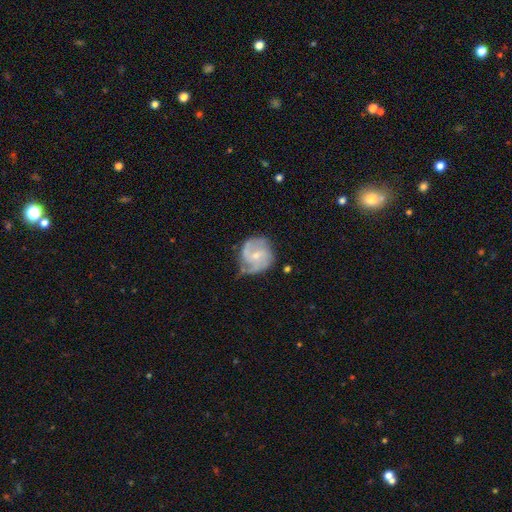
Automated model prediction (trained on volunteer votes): Smooth or featured?
  - featured or disk: 81% *
  - smooth: 14%
  - star or artifact: 5%
Edge-on disk?
  - no: 98% *
  - yes: 2%
Bar?
  - weak: 49% *
  - no: 41%
  - strong: 10%
Spiral arms?
  - yes: 94% *
  - no: 6%
Spiral winding?
  - medium: 50% *
  - tight: 31%
  - loose: 19%
Spiral arm count?
  - 2: 63% *
  - 3: 15%
  - can't tell: 12%
  - 1: 4%
  - 4: 3%
  - more than 4: 3%
Bulge size?
  - small: 61% *
  - moderate: 33%
  - none: 3%
  - large: 1%
  - dominant: 1%
Merging?
  - none: 58% *
  - minor disturbance: 28%
  - major disturbance: 11%
  - merger: 3%